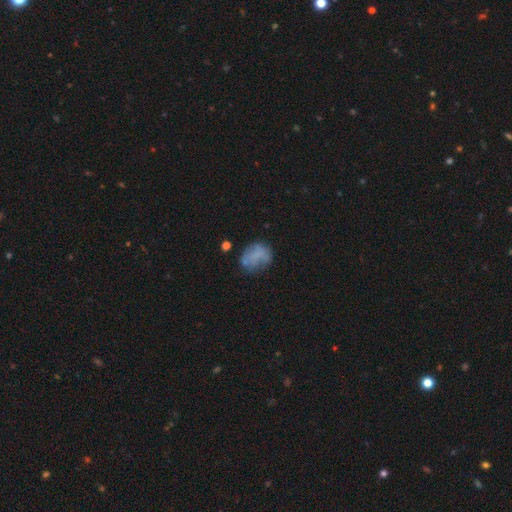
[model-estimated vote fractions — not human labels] The model was most divided on "how rounded": in between: 51%, round: 48%, cigar-shaped: 1%. Remaining: smooth or featured — smooth (60%); merging — none (49%).